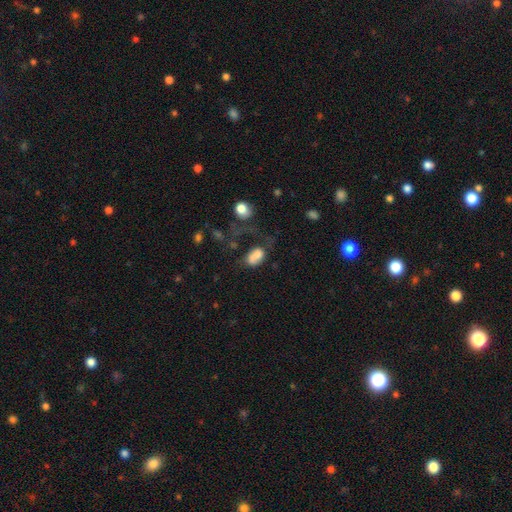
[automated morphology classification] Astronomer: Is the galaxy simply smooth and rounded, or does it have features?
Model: smooth — 68%.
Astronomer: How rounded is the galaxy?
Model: in between — 76%.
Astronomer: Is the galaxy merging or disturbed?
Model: major disturbance — 38% (runner-up: merger, 24%).